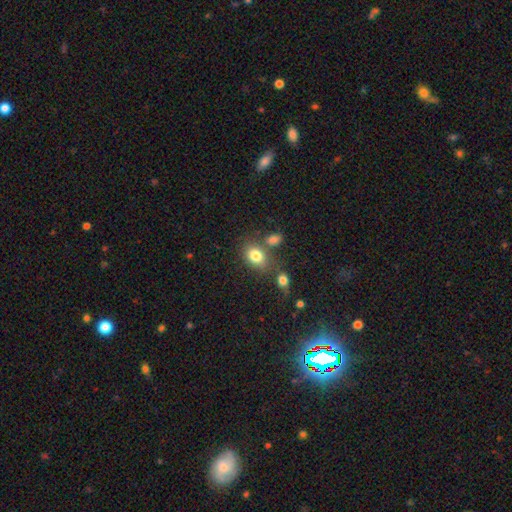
Smooth or featured?
  - smooth: 84% *
  - featured or disk: 8%
  - star or artifact: 8%
How rounded?
  - in between: 66% *
  - round: 28%
  - cigar-shaped: 6%
Merging?
  - none: 49% *
  - merger: 29%
  - minor disturbance: 11%
  - major disturbance: 11%